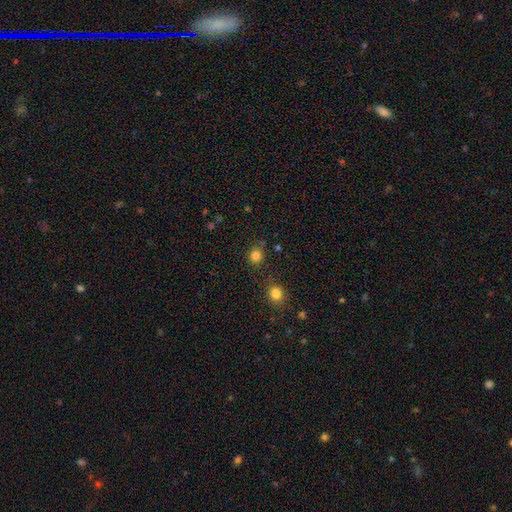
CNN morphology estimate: smooth 82%, star or artifact 14%, featured or disk 4%. Down the decision tree: how rounded — round (84%); merging — none (79%).